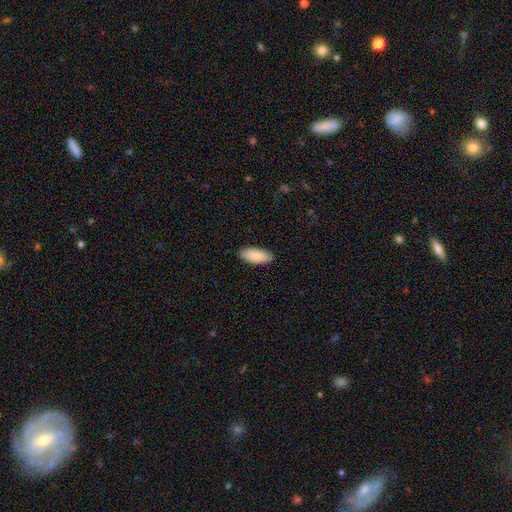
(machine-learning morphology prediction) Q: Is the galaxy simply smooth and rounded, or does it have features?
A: smooth — 90%.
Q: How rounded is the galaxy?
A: in between — 86%.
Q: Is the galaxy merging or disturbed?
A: none — 88%.